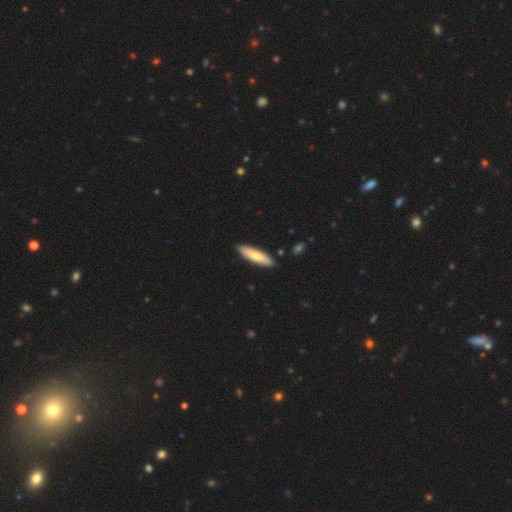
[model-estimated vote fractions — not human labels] Overall: smooth (76%). How rounded: cigar-shaped (68%; in between 31%). Merging: none (89%).